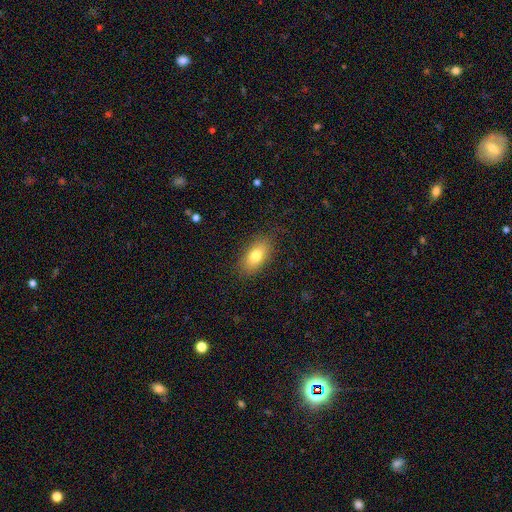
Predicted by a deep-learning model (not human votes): This appears to be a smooth galaxy with no disk features (78%) that is in between round and cigar-shaped (89%). Merging: none (84%).